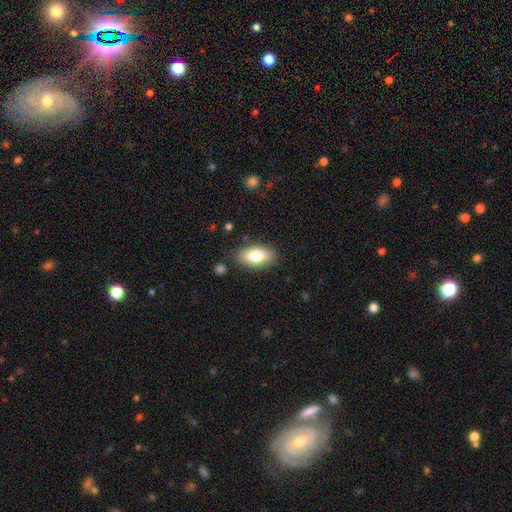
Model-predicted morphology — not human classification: Smooth or featured?
  - smooth: 79% *
  - featured or disk: 14%
  - star or artifact: 7%
How rounded?
  - in between: 89% *
  - cigar-shaped: 7%
  - round: 4%
Merging?
  - none: 84% *
  - minor disturbance: 11%
  - major disturbance: 3%
  - merger: 2%